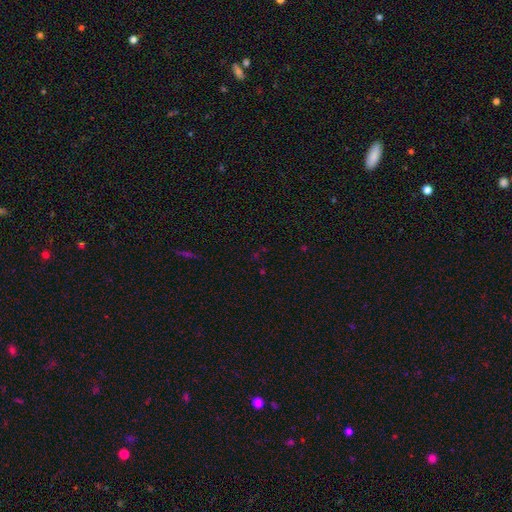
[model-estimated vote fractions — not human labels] Smooth or featured? Predicted: star or artifact (p=0.63).